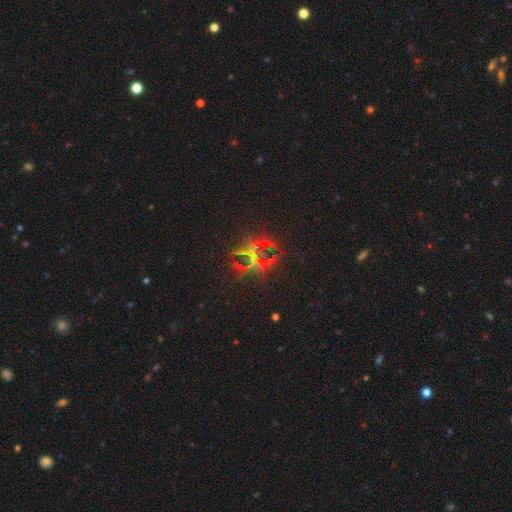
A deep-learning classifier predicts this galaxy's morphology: Smooth or featured: star or artifact — 65% (featured or disk — 19%)